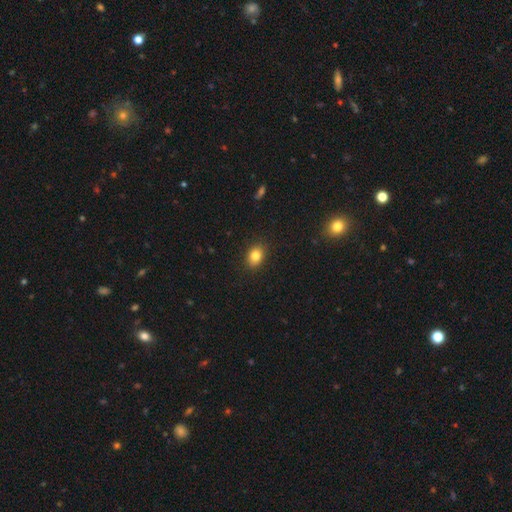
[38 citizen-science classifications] smooth-or-featured: smooth: 89% | star or artifact: 8% | featured or disk: 3%
  how-rounded: in between: 79% | round: 21% | cigar-shaped: 0%
  merging: none: 91% | minor disturbance: 6% | major disturbance: 3% | merger: 0%